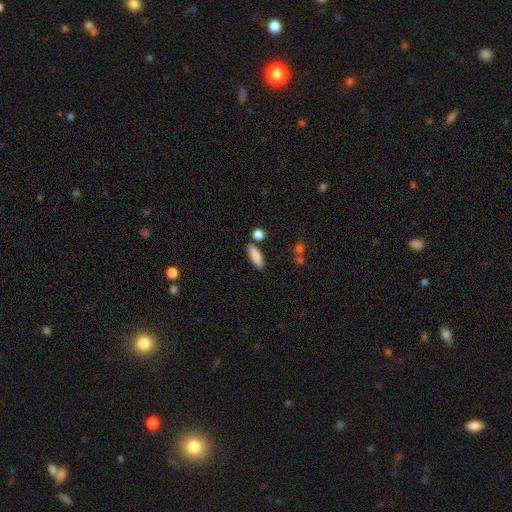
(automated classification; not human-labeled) Overall: smooth (85%). How rounded: in between (59%; cigar-shaped 38%). Merging: none (79%).